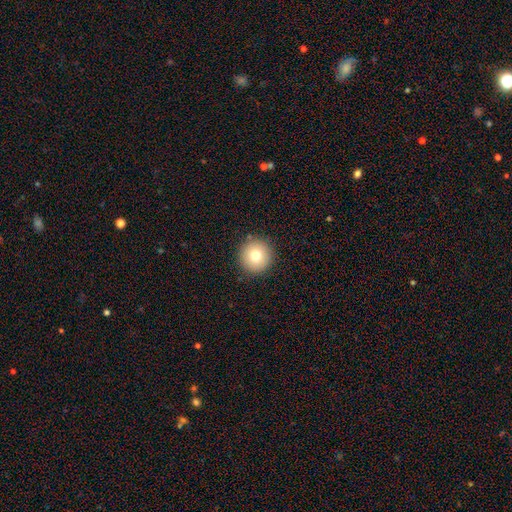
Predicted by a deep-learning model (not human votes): smooth-or-featured: smooth: 76% | featured or disk: 13% | star or artifact: 11%
  how-rounded: round: 96% | in between: 3% | cigar-shaped: 1%
  merging: none: 91% | minor disturbance: 6% | major disturbance: 2% | merger: 1%